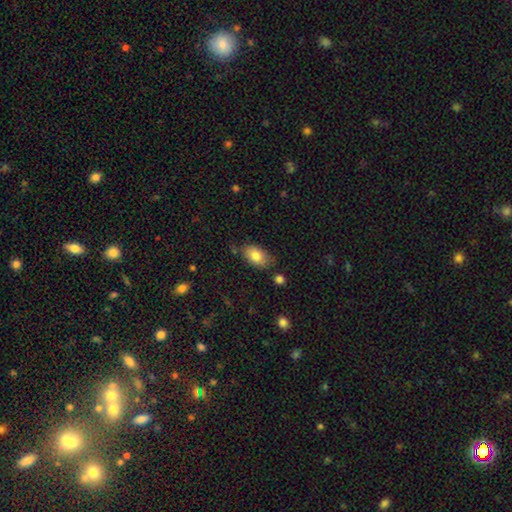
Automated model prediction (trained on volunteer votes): The model was most divided on "merging": none: 73%, minor disturbance: 19%, major disturbance: 4%, merger: 4%. More confident: how rounded — in between (92%); smooth or featured — smooth (82%).